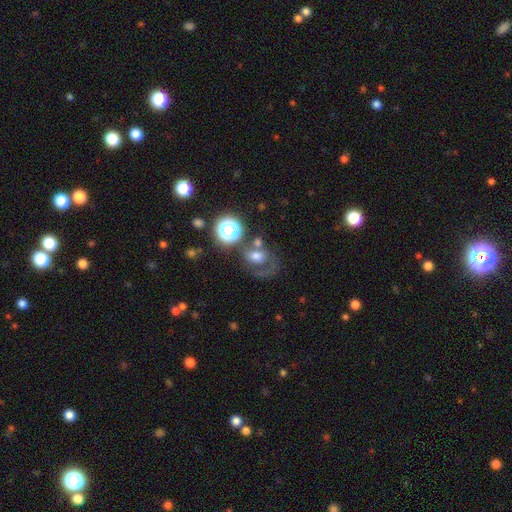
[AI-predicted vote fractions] Smooth or featured? Predicted: smooth (p=0.56). How rounded? Predicted: in between (p=0.51). Merging? Predicted: major disturbance (p=0.31, tied with none).